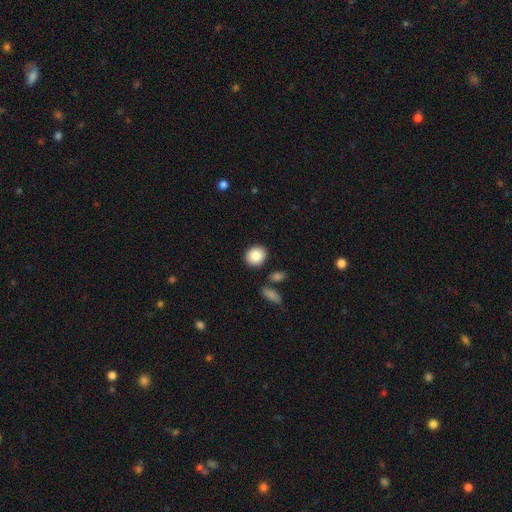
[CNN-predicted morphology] The model was most divided on "how rounded": round: 76%, in between: 22%, cigar-shaped: 1%. More confident: merging — none (86%); smooth or featured — smooth (86%).